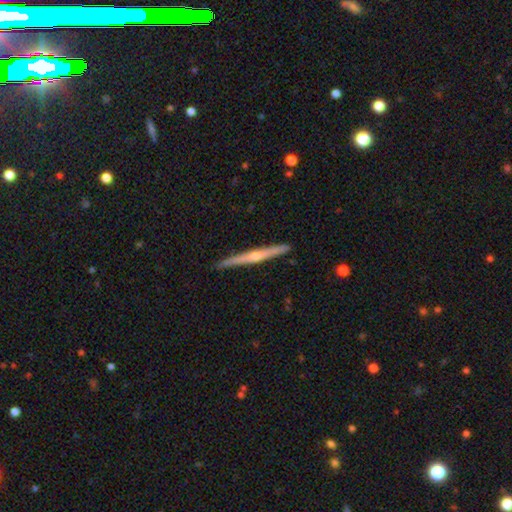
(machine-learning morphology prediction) Smooth or featured: featured or disk — 76% (smooth — 18%)
Edge-on disk: yes — 98% (no — 2%)
Edge-on bulge: rounded — 81% (none — 15%)
Merging: none — 91% (minor disturbance — 6%)